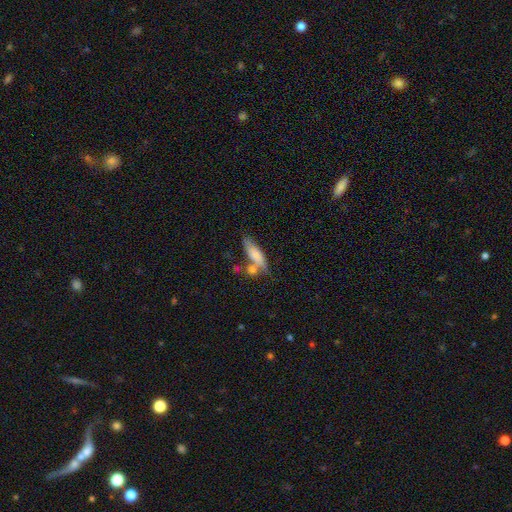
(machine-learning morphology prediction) smooth-or-featured: smooth: 72% | featured or disk: 21% | star or artifact: 7%
  how-rounded: in between: 51% | cigar-shaped: 46% | round: 3%
  merging: none: 45% | merger: 26% | minor disturbance: 20% | major disturbance: 8%